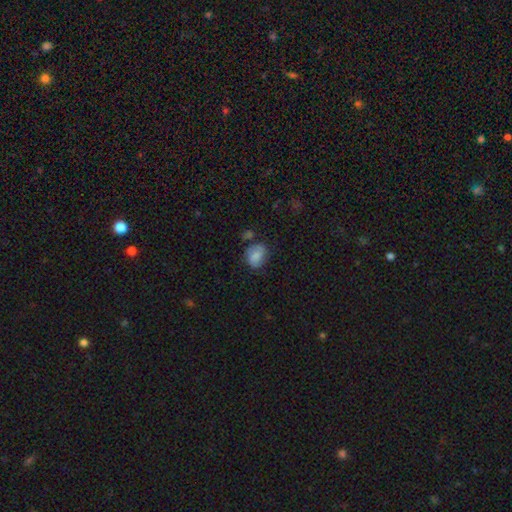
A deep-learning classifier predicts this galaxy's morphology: A smooth galaxy with no disk features (77%) that is in between round and cigar-shaped (62%). Merging: none (58%).